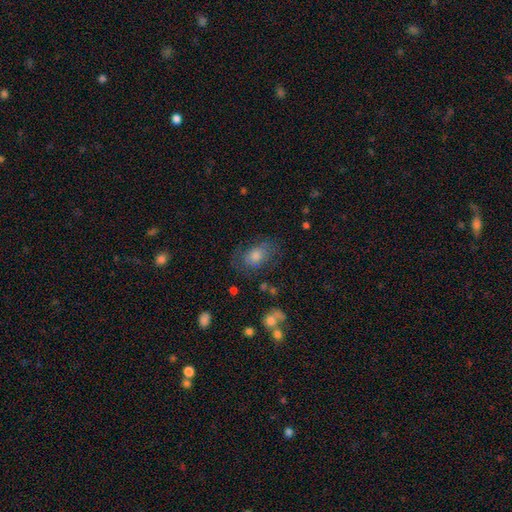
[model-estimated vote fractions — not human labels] smooth_or_featured: smooth (p=0.51) [alt: featured or disk p=0.35]
how_rounded: in between (p=0.73) [alt: round p=0.26]
merging: none (p=0.66) [alt: minor disturbance p=0.20]